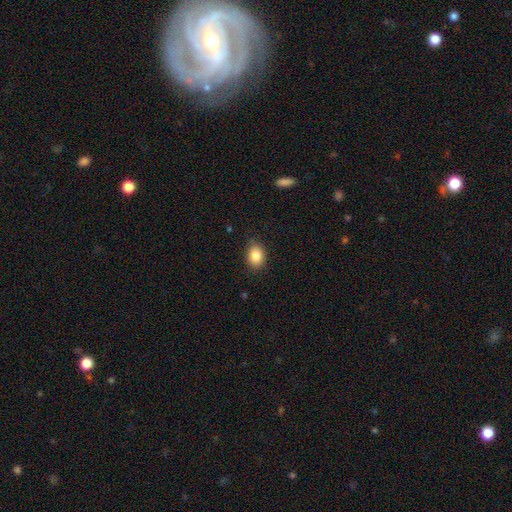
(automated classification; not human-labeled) smooth 86%, star or artifact 9%, featured or disk 6%. Down the decision tree: how rounded — in between (65%); merging — none (85%).